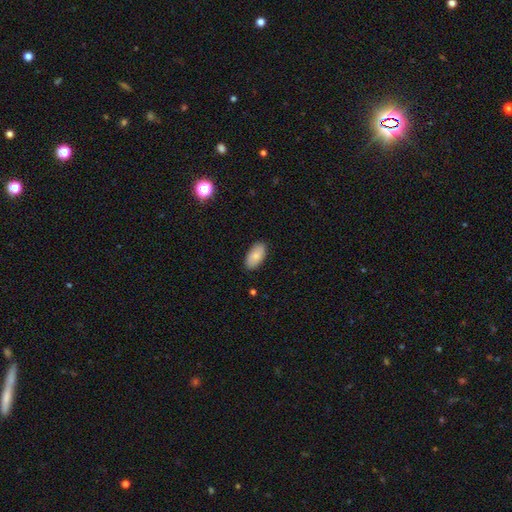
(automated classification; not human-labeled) smooth 82%, featured or disk 11%, star or artifact 7%. Down the decision tree: how rounded — in between (95%); merging — none (87%).